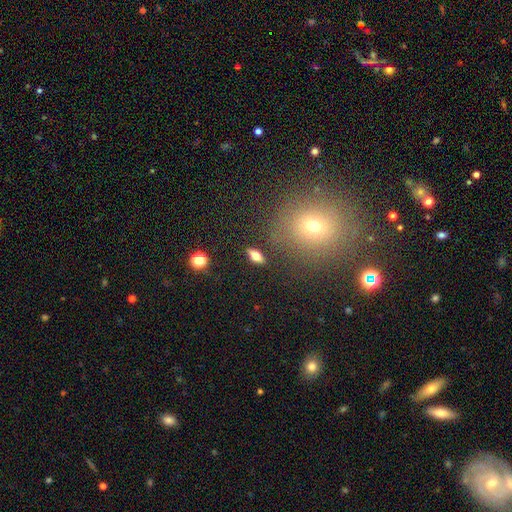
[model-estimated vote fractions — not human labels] Smooth or featured? Predicted: smooth (p=0.69). How rounded? Predicted: in between (p=0.76). Merging? Predicted: none (p=0.86).